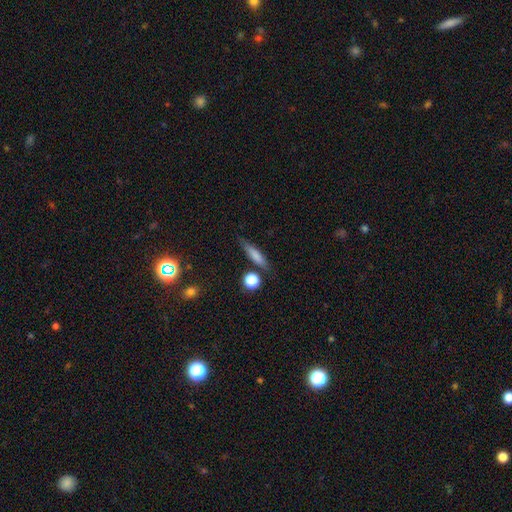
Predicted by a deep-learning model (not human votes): Smooth or featured: smooth — 72% (featured or disk — 20%)
How rounded: cigar-shaped — 75% (in between — 20%)
Merging: none — 76% (minor disturbance — 14%)